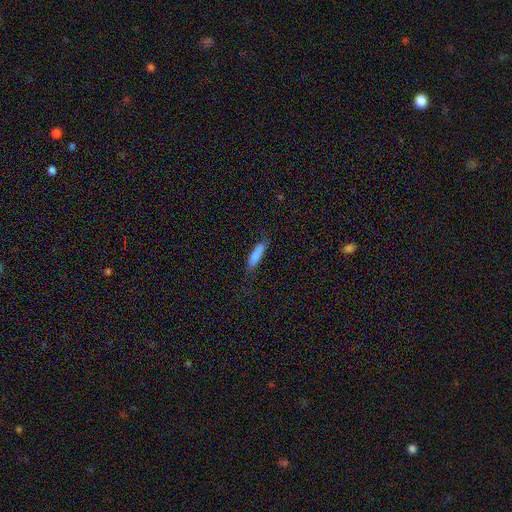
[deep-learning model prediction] A smooth galaxy with no disk features (76%) that is cigar-shaped (63%). Merging: none (68%).